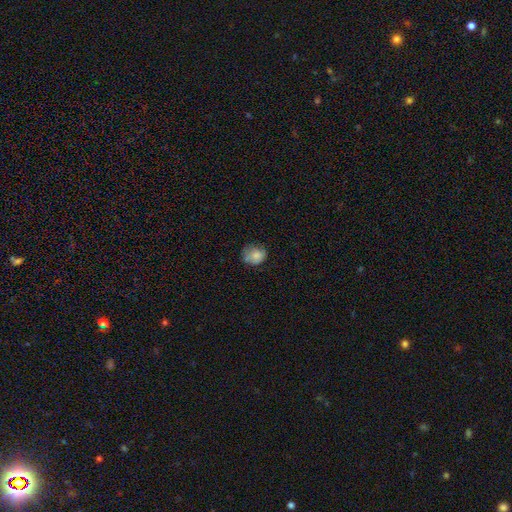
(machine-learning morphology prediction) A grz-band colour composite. It shows a smooth galaxy with no disk features (76%) that is round (64%). Merging: none (51%).